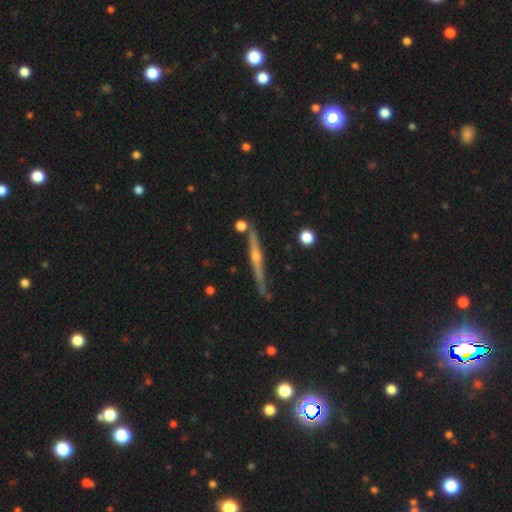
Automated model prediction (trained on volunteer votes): The model was most divided on "merging": none: 78%, minor disturbance: 14%, merger: 5%, major disturbance: 3%. More confident: edge-on disk — yes (97%); edge-on bulge — rounded (86%); smooth or featured — featured or disk (79%).